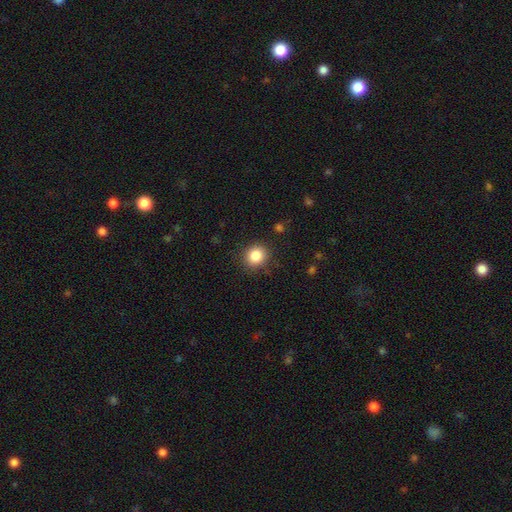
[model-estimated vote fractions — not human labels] This is clearly a smooth galaxy (85%). How rounded: clearly round (84%). Merging: clearly none (88%).